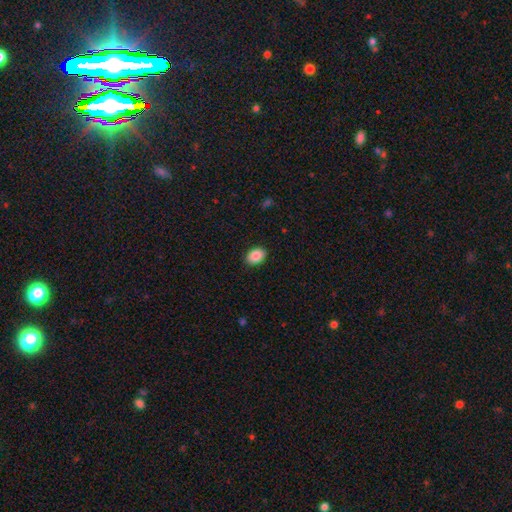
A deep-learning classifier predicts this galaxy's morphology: A smooth galaxy with no disk features (89%) that is in between round and cigar-shaped (77%). Merging: none (89%).